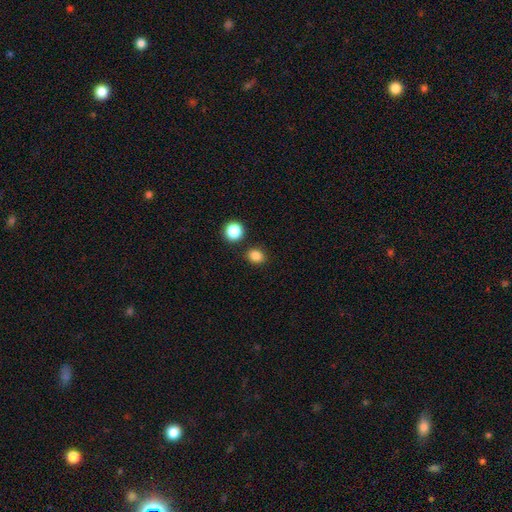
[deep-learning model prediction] smooth-or-featured: smooth: 85% | star or artifact: 12% | featured or disk: 4%
  how-rounded: round: 61% | in between: 38% | cigar-shaped: 1%
  merging: none: 84% | minor disturbance: 8% | merger: 6% | major disturbance: 2%